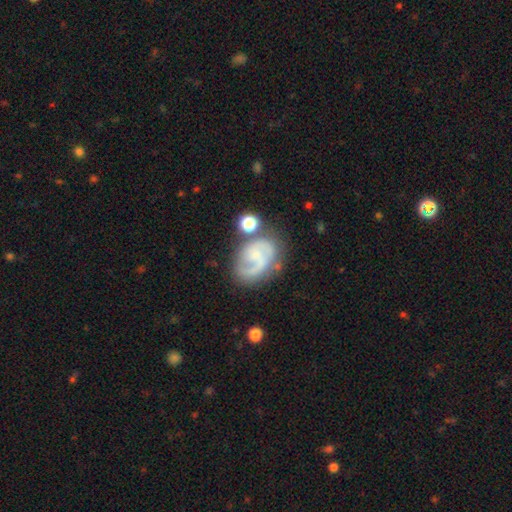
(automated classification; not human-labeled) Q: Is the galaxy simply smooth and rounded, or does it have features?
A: featured or disk — 77%.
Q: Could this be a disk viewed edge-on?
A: no — 98%.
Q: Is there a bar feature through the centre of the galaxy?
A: no — 56%.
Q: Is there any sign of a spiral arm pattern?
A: yes — 93%.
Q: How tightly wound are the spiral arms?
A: medium — 46%.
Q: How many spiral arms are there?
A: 2 — 63%.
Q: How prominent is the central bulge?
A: small — 57%.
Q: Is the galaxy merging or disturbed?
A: none — 59%.